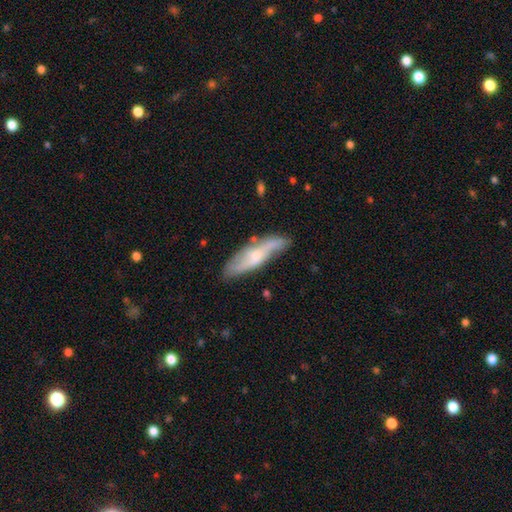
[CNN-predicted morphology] Q: Smooth or featured?
A: featured or disk (57%); runner-up: smooth (37%)
Q: Edge-on disk?
A: no (59%); runner-up: yes (41%)
Q: Merging?
A: none (68%); runner-up: minor disturbance (22%)